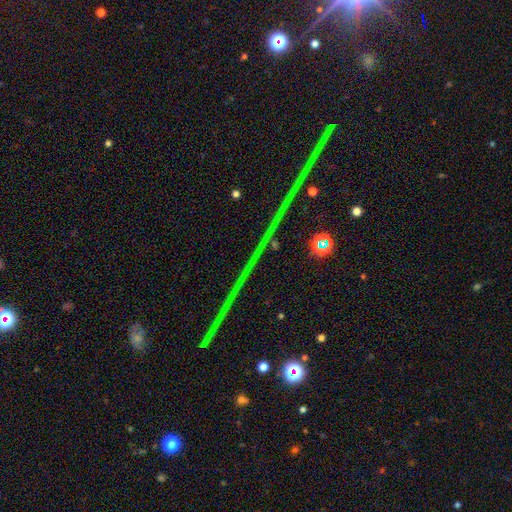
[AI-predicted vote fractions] Smooth or featured: star or artifact — 81% (featured or disk — 12%)